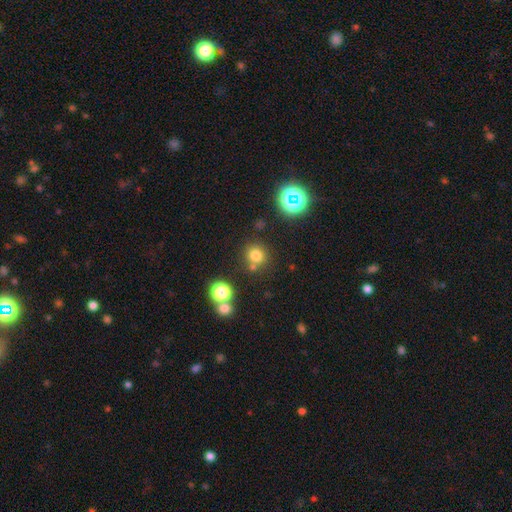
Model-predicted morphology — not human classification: A smooth galaxy with no disk features (74%) that is round (91%).

Vote fractions:
- Smooth or featured? smooth: 74% / star or artifact: 19% / featured or disk: 7%
- How rounded? round: 91% / in between: 8% / cigar-shaped: 1%
- Merging? none: 75% / merger: 12% / minor disturbance: 9% / major disturbance: 4%